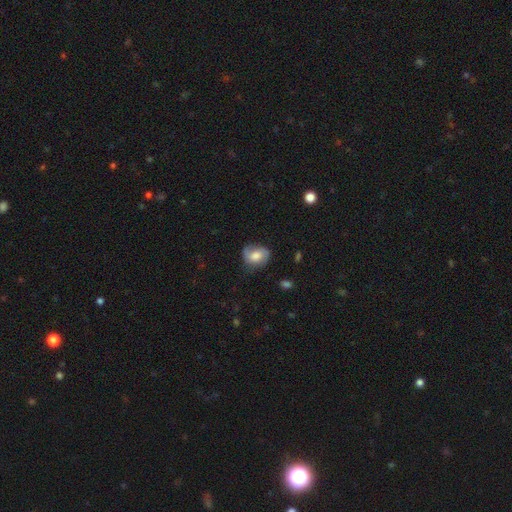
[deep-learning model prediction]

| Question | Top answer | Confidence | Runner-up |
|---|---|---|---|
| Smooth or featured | smooth | 49% | featured or disk (43%) |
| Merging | none | 58% | minor disturbance (28%) |